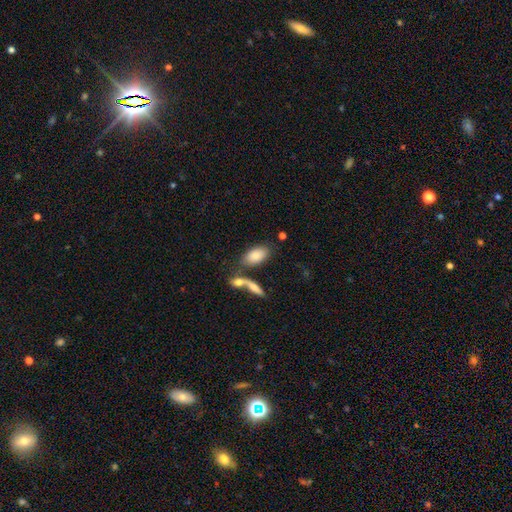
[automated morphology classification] This appears to be a smooth galaxy with no disk features (79%) that is in between round and cigar-shaped (91%). Merging: none (62%).